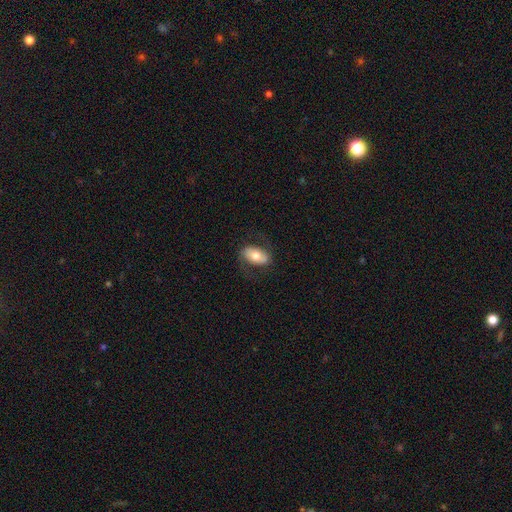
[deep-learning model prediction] The model was most divided on "smooth or featured": smooth: 49%, featured or disk: 44%, star or artifact: 7%. More confident: merging — none (71%).